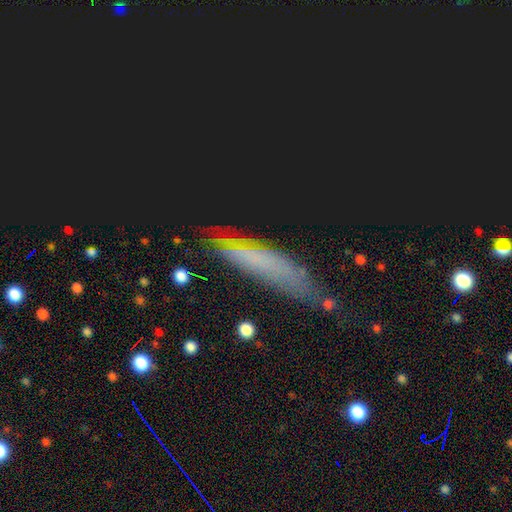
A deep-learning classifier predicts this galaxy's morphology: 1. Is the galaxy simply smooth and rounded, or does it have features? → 44% smooth, 32% featured or disk, 24% star or artifact.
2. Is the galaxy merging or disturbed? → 71% none, 19% minor disturbance, 6% major disturbance, 3% merger.